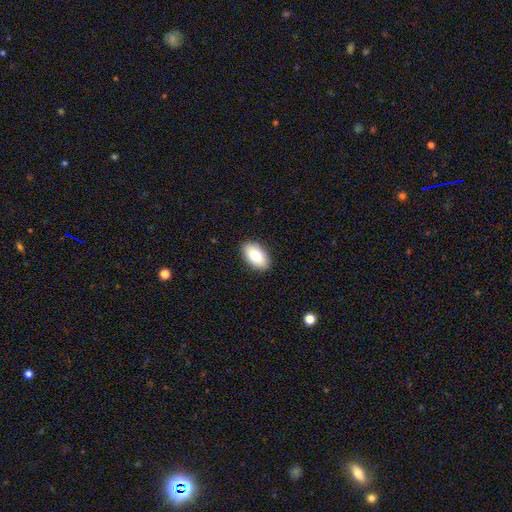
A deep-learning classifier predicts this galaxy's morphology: smooth_or_featured: smooth (p=0.82) [alt: featured or disk p=0.11]
how_rounded: in between (p=0.94) [alt: round p=0.04]
merging: none (p=0.89) [alt: minor disturbance p=0.08]